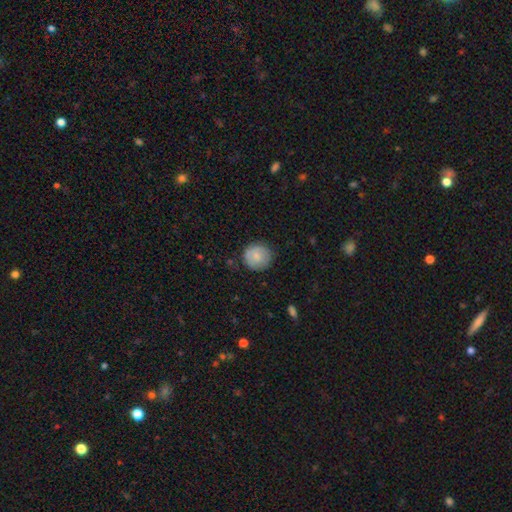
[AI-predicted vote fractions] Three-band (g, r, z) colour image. It shows a smooth galaxy with no disk features (76%) that is round (92%). Merging: none (83%).